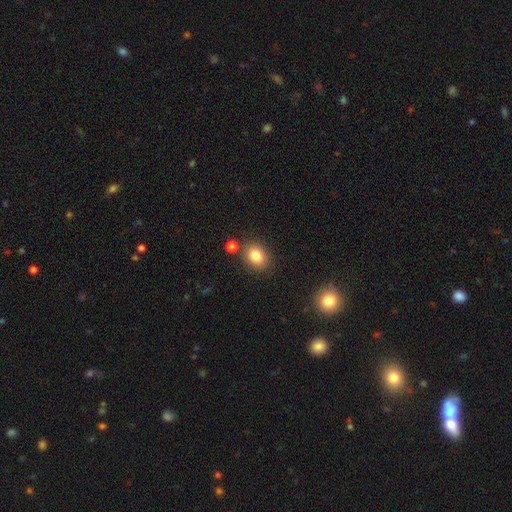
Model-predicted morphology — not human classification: Smooth or featured? smooth (83%)
How rounded? in between (51%)
Merging? none (78%)